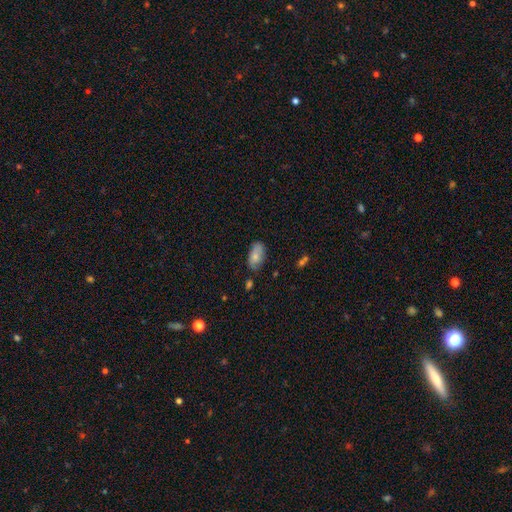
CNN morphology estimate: Q: Smooth or featured?
A: smooth (75%); runner-up: featured or disk (18%)
Q: How rounded?
A: in between (93%); runner-up: round (5%)
Q: Merging?
A: none (69%); runner-up: minor disturbance (24%)